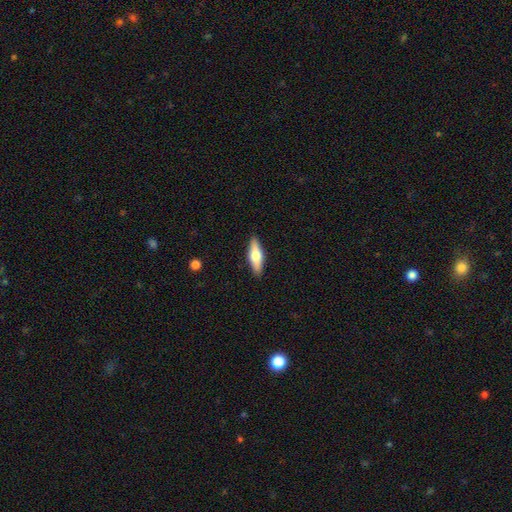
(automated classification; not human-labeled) This is possibly a smooth galaxy (56%). How rounded: possibly cigar-shaped (51%). Merging: clearly none (89%).